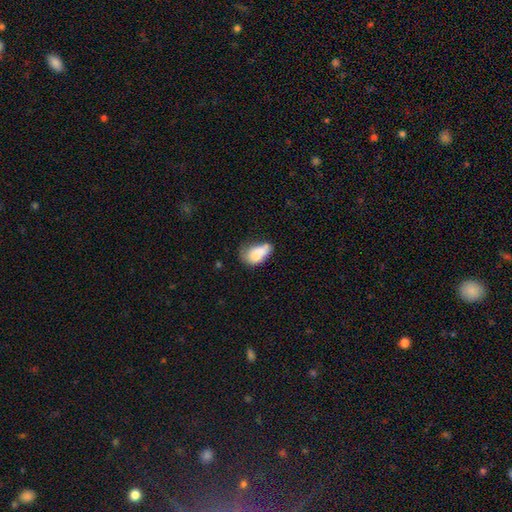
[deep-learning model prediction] Smooth or featured? smooth (71%)
How rounded? in between (86%)
Merging? merger (35%)